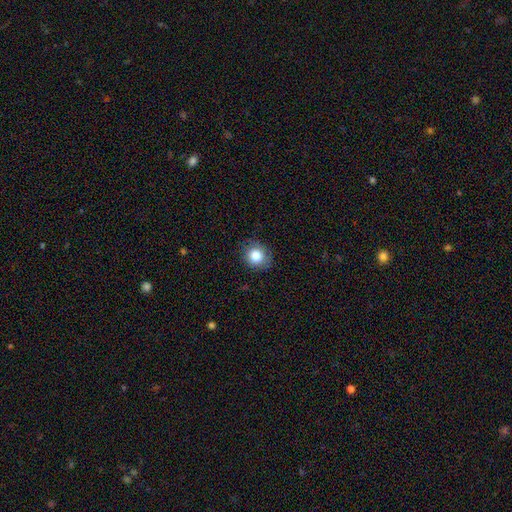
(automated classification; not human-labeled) Smooth or featured: smooth — 82% (star or artifact — 10%)
How rounded: round — 78% (in between — 21%)
Merging: none — 82% (minor disturbance — 14%)